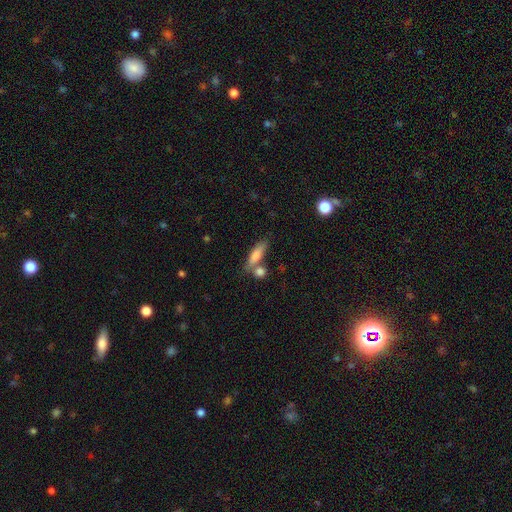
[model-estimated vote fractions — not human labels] This appears to be a smooth galaxy with no disk features (77%) that is cigar-shaped (56%). Merging: none (59%).